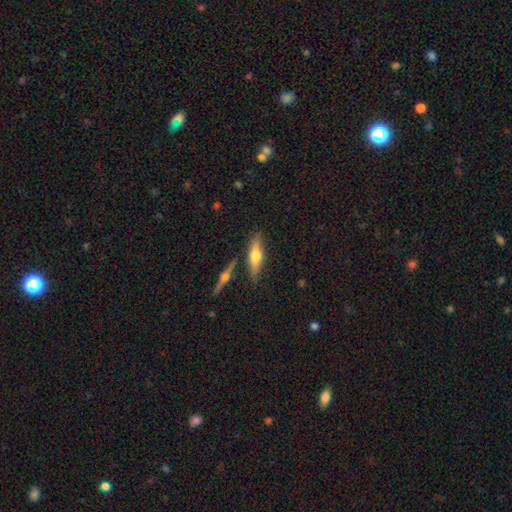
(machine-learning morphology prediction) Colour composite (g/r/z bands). It shows a featured or disk galaxy (48%). Merging: none (78%).